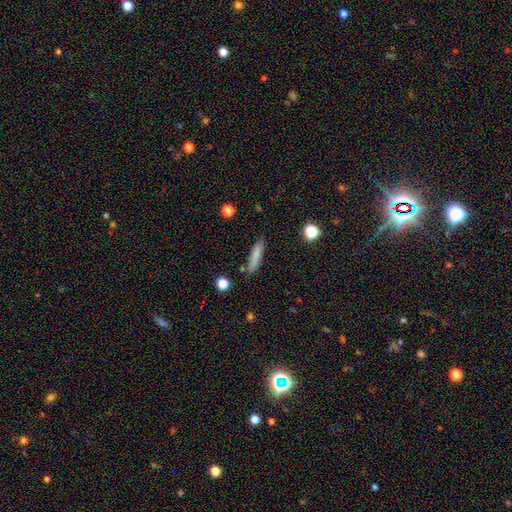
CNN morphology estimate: Smooth or featured? Predicted: smooth (p=0.80). How rounded? Predicted: cigar-shaped (p=0.82). Merging? Predicted: none (p=0.83).